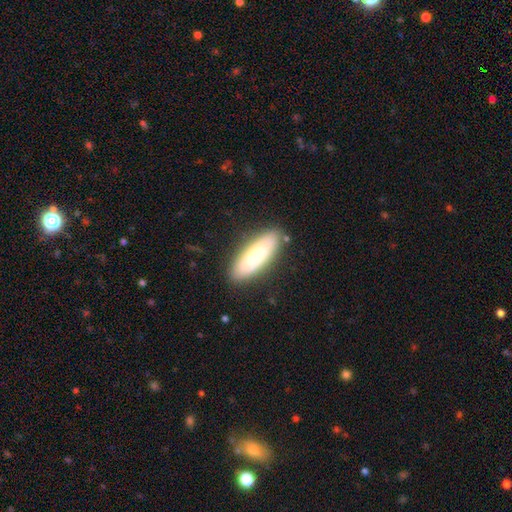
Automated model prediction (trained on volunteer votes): Morphology: type=smooth (71%); roundness=in between (57%); merging=none (84%).